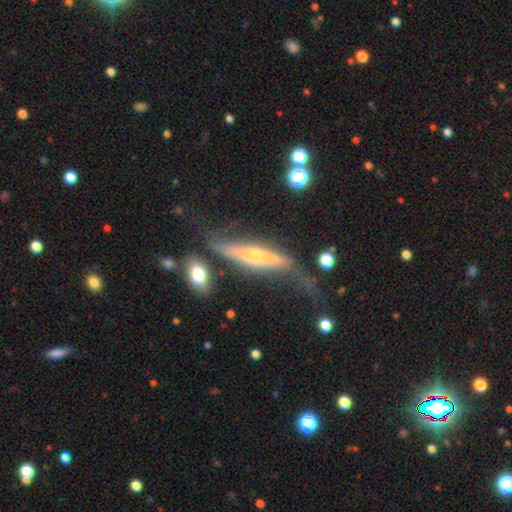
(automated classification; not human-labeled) Smooth or featured? featured or disk (69%)
Edge-on disk? yes (76%)
Edge-on bulge? rounded (79%)
Merging? none (37%)